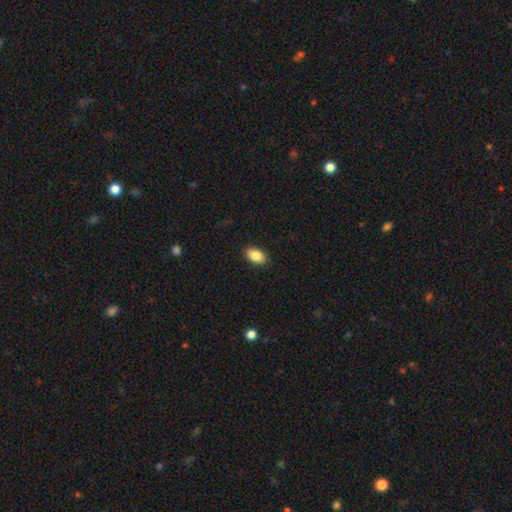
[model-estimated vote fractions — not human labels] Smooth or featured? Predicted: smooth (p=0.87). How rounded? Predicted: in between (p=0.93). Merging? Predicted: none (p=0.89).